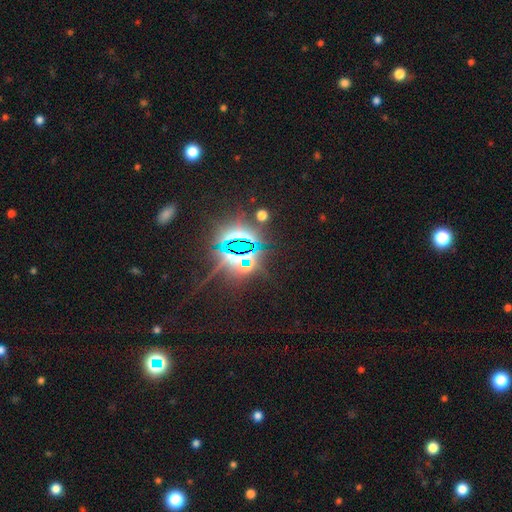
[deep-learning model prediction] star or artifact 85%, featured or disk 8%, smooth 7%.